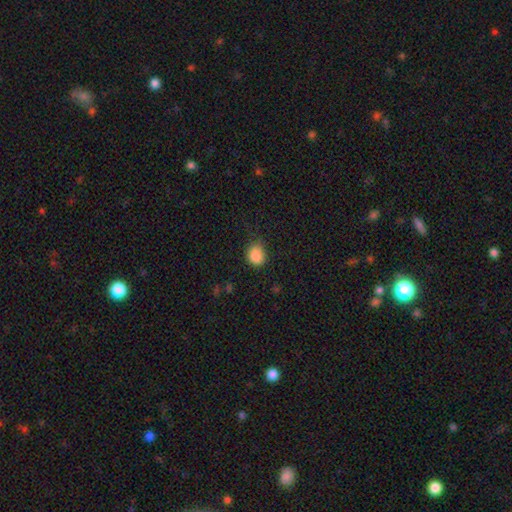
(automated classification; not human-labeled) Q: Smooth or featured?
A: smooth (87%); runner-up: star or artifact (10%)
Q: How rounded?
A: round (57%); runner-up: in between (42%)
Q: Merging?
A: none (68%); runner-up: minor disturbance (25%)